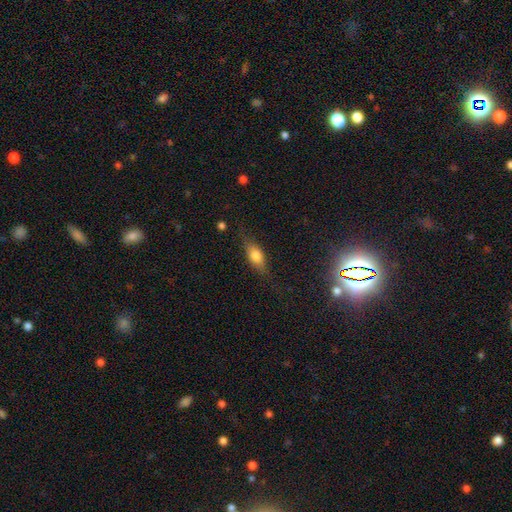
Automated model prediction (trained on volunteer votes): Overall: smooth (66%). How rounded: in between (73%). Merging: none (72%).